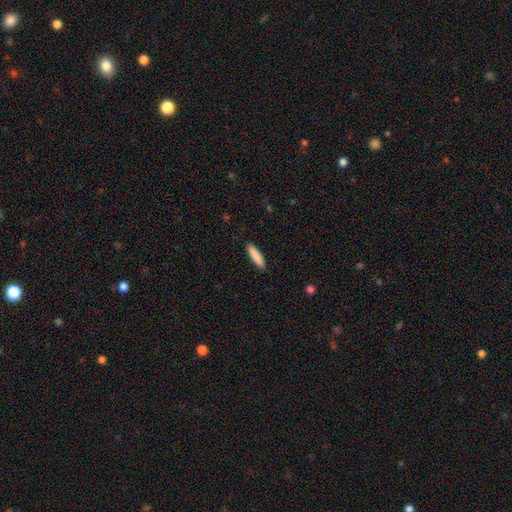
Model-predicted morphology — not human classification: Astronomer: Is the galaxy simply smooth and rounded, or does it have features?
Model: smooth — 87%.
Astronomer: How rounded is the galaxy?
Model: cigar-shaped — 78%.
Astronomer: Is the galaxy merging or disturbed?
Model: none — 90%.